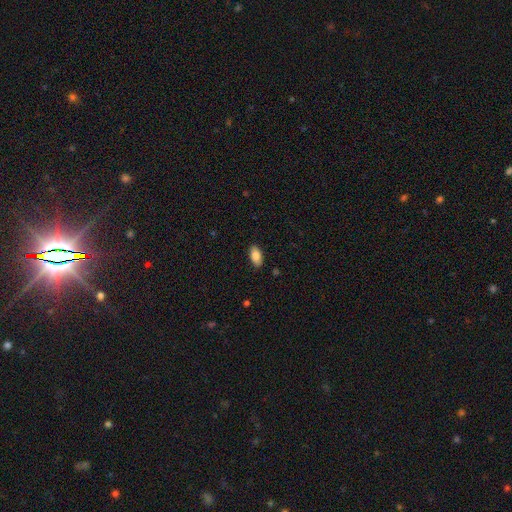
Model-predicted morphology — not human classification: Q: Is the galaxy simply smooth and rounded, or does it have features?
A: smooth — 84%.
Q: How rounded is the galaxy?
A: in between — 93%.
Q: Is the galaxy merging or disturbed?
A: none — 88%.